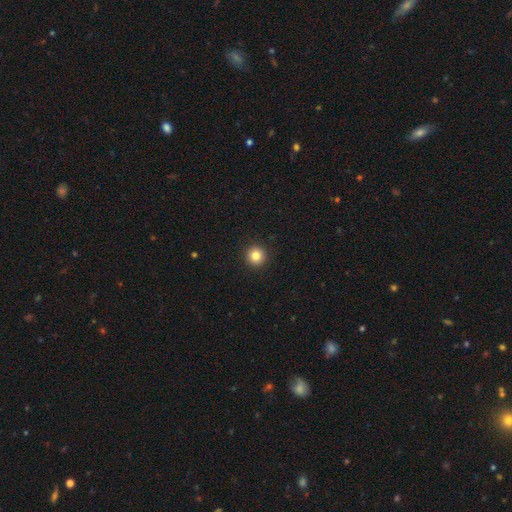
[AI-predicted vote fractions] Morphology: type=smooth (84%); roundness=round (96%); merging=none (94%).